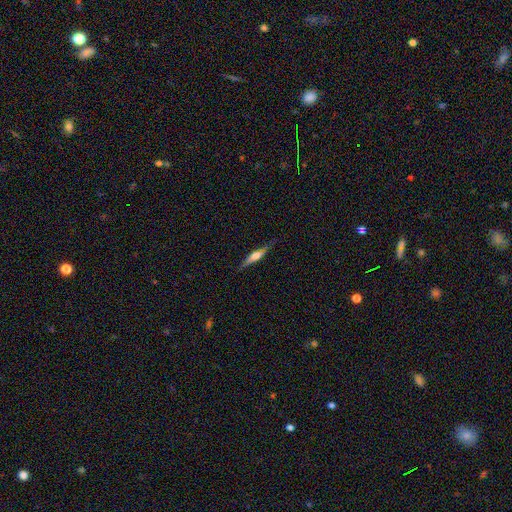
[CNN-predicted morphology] Smooth or featured? featured or disk (53%)
Edge-on disk? yes (93%)
Merging? none (77%)